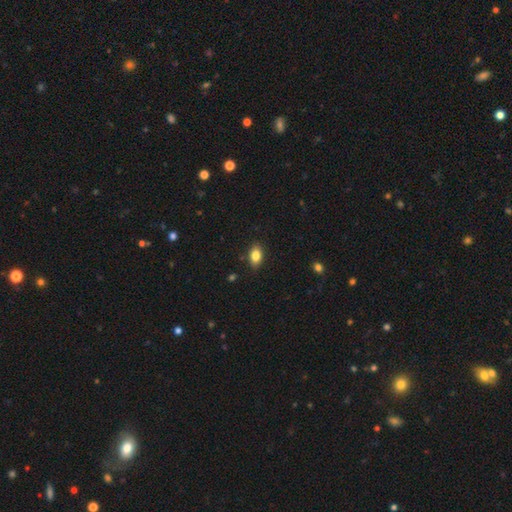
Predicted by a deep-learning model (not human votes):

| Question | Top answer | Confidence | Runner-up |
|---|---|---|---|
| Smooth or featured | smooth | 82% | featured or disk (10%) |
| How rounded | in between | 89% | round (8%) |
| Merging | none | 86% | minor disturbance (11%) |